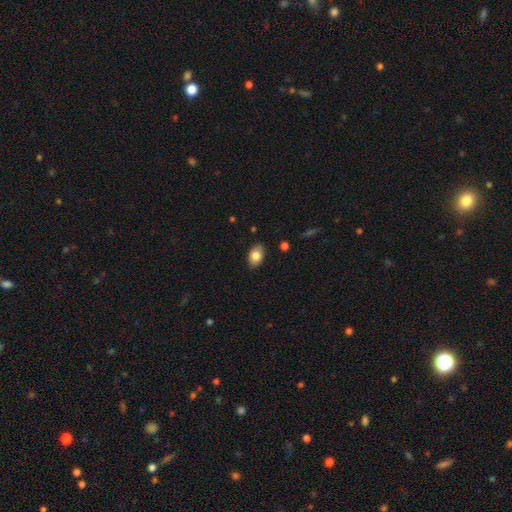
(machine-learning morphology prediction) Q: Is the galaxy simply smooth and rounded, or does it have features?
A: smooth — 81%.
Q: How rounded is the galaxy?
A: in between — 88%.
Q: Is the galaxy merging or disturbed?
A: none — 85%.